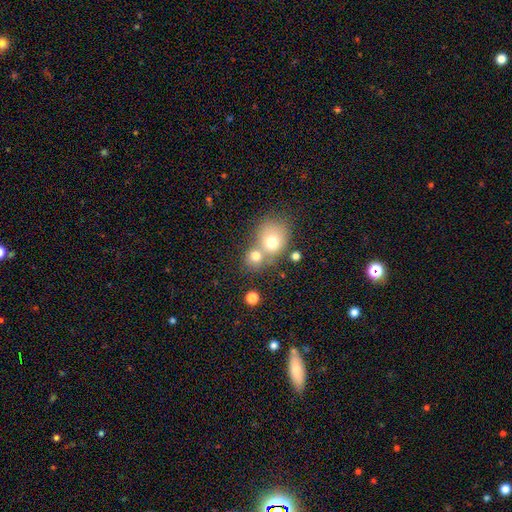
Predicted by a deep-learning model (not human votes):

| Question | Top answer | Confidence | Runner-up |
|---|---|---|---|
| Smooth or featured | smooth | 74% | featured or disk (14%) |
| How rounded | round | 76% | in between (23%) |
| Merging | merger | 53% | none (36%) |